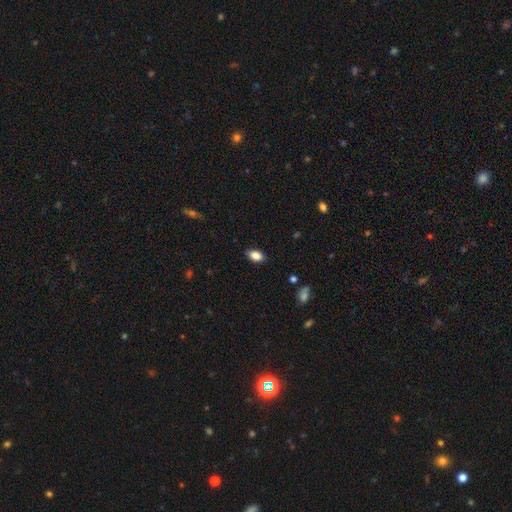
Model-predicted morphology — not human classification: Overall: smooth (86%). How rounded: in between (89%). Merging: none (86%).